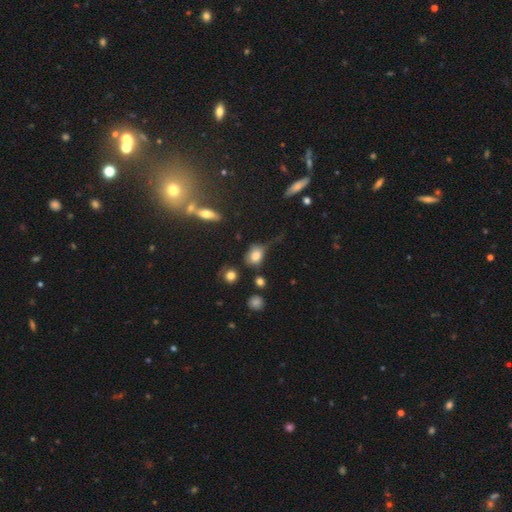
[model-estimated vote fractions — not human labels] Smooth or featured?
  - smooth: 79% *
  - star or artifact: 10%
  - featured or disk: 10%
How rounded?
  - in between: 63% *
  - round: 35%
  - cigar-shaped: 2%
Merging?
  - none: 43% *
  - minor disturbance: 32%
  - major disturbance: 18%
  - merger: 7%